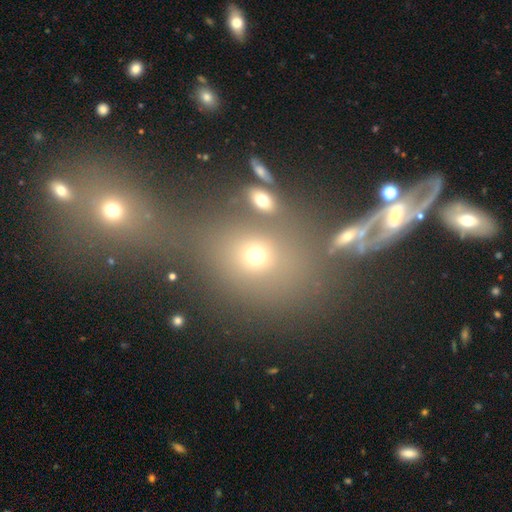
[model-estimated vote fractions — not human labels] Q: Smooth or featured?
A: smooth (57%); runner-up: star or artifact (27%)
Q: How rounded?
A: round (66%); runner-up: in between (32%)
Q: Merging?
A: none (47%); runner-up: merger (37%)